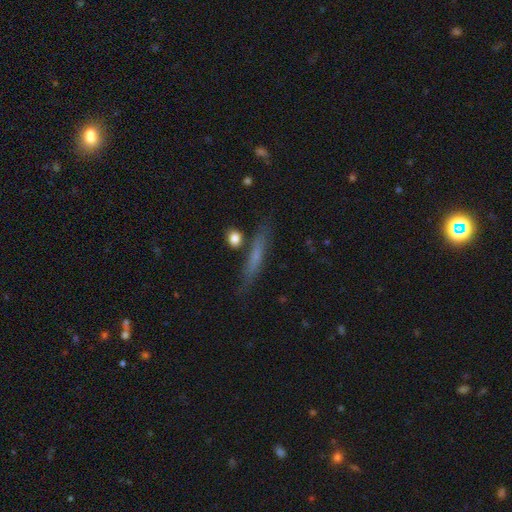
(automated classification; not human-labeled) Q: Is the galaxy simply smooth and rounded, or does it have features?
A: smooth — 53%.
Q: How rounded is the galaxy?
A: cigar-shaped — 91%.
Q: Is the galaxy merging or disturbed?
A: none — 81%.